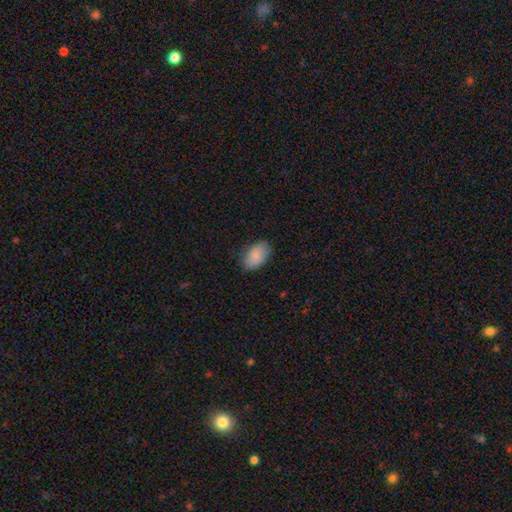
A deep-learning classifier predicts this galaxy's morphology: The model was most divided on "merging": none: 79%, minor disturbance: 16%, major disturbance: 3%, merger: 1%. More confident: how rounded — in between (91%); smooth or featured — smooth (84%).